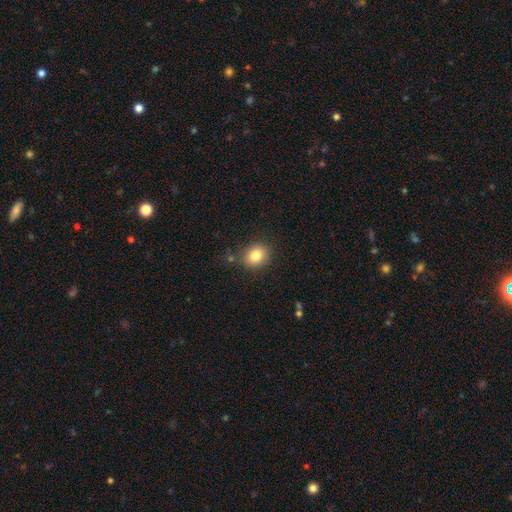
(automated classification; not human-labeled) Smooth or featured: smooth — 82% (star or artifact — 10%)
How rounded: round — 61% (in between — 39%)
Merging: none — 83% (minor disturbance — 11%)